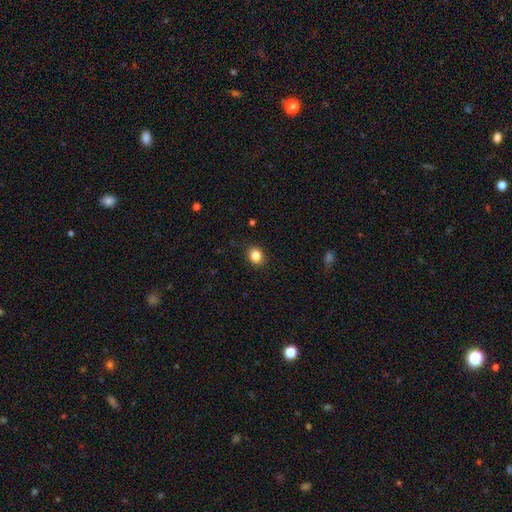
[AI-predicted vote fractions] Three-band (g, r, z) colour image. It shows a smooth galaxy with no disk features (85%) that is round (52%). Merging: none (89%).